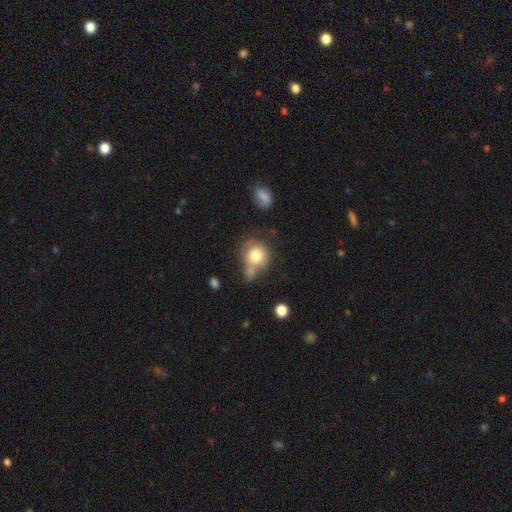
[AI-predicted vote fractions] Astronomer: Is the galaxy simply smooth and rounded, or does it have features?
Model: smooth — 78%.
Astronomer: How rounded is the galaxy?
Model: round — 83%.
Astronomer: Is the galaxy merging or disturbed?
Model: none — 41% (runner-up: merger, 30%).